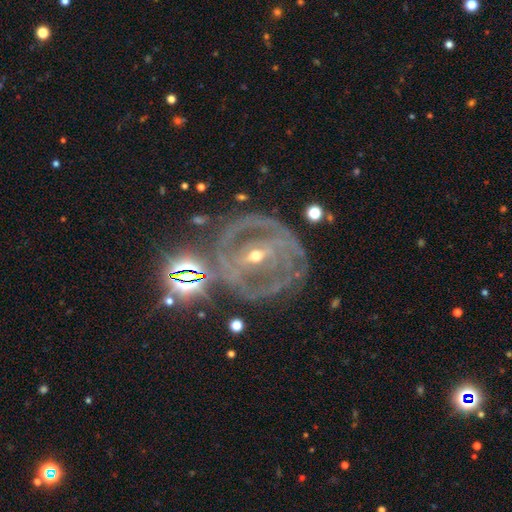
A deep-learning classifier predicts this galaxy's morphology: smooth_or_featured: featured or disk (p=0.82) [alt: star or artifact p=0.11]
disk_edge_on: no (p=0.95) [alt: yes p=0.05]
bar: strong (p=0.45) [alt: weak p=0.33]
has_spiral_arms: yes (p=0.84) [alt: no p=0.16]
spiral_winding: tight (p=0.62) [alt: medium p=0.29]
spiral_arm_count: 2 (p=0.41) [alt: can't tell p=0.30]
bulge_size: small (p=0.73) [alt: moderate p=0.24]
merging: none (p=0.60) [alt: minor disturbance p=0.17]